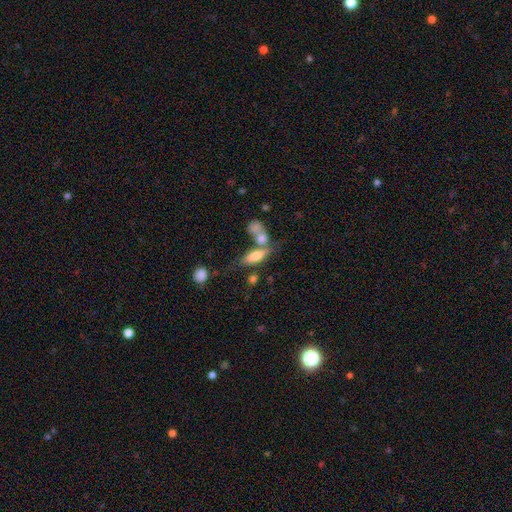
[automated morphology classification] The model was most divided on "merging": none: 41%, merger: 38%, minor disturbance: 13%, major disturbance: 8%. More confident: smooth or featured — smooth (67%); how rounded — in between (60%).